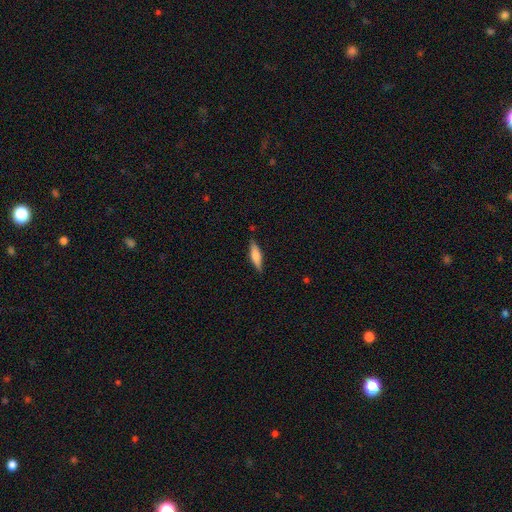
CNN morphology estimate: Smooth or featured?
  - smooth: 60% *
  - featured or disk: 34%
  - star or artifact: 6%
How rounded?
  - cigar-shaped: 69% *
  - in between: 29%
  - round: 2%
Merging?
  - none: 84% *
  - minor disturbance: 12%
  - major disturbance: 2%
  - merger: 2%